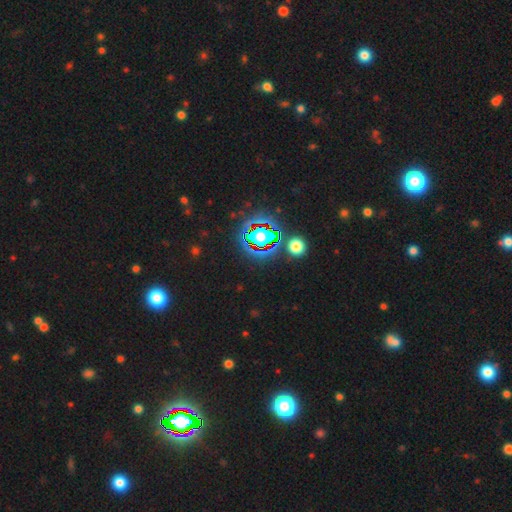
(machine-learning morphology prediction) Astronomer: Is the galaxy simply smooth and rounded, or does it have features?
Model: star or artifact — 80%.